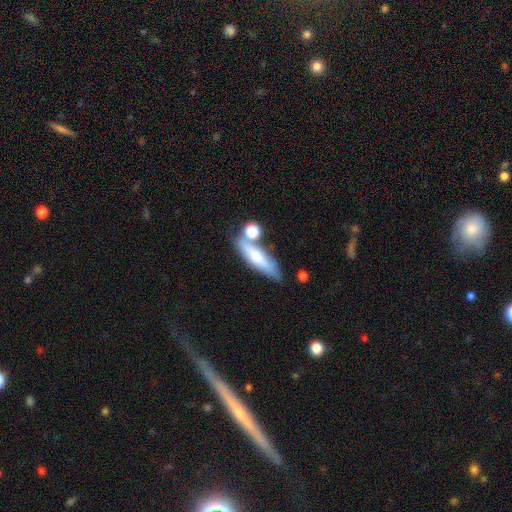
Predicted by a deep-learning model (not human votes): Q: Smooth or featured?
A: smooth (61%); runner-up: featured or disk (30%)
Q: How rounded?
A: cigar-shaped (68%); runner-up: in between (29%)
Q: Merging?
A: none (59%); runner-up: merger (17%)